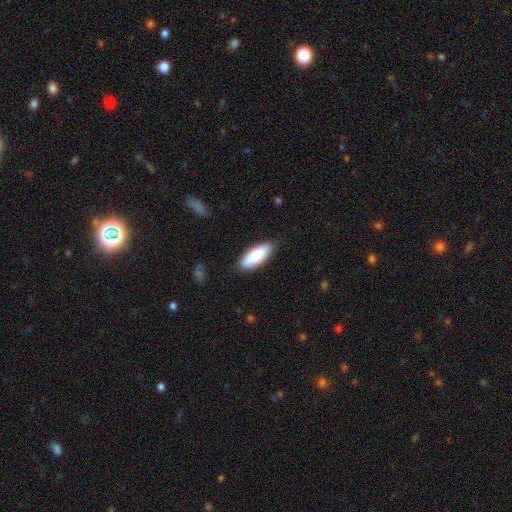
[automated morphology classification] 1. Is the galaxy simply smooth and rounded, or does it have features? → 88% smooth, 7% featured or disk, 5% star or artifact.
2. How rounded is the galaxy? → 77% in between, 22% cigar-shaped, 2% round.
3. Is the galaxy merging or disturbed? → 86% none, 11% minor disturbance, 2% major disturbance, 1% merger.